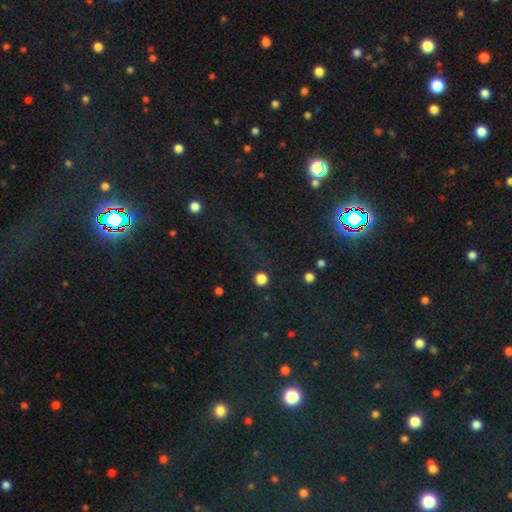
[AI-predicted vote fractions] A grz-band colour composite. It shows a star or artifact, not a galaxy (72%).